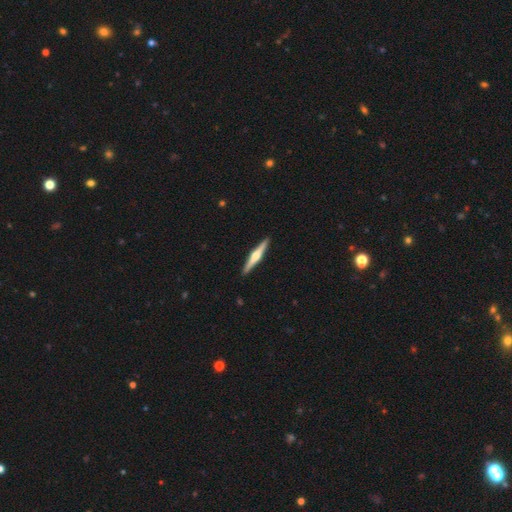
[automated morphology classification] smooth-or-featured: featured or disk: 71% | smooth: 24% | star or artifact: 5%
  disk-edge-on: yes: 98% | no: 2%
    edge-on-bulge: rounded: 88% | boxy: 8% | none: 4%
  merging: none: 92% | minor disturbance: 6% | major disturbance: 1% | merger: 1%